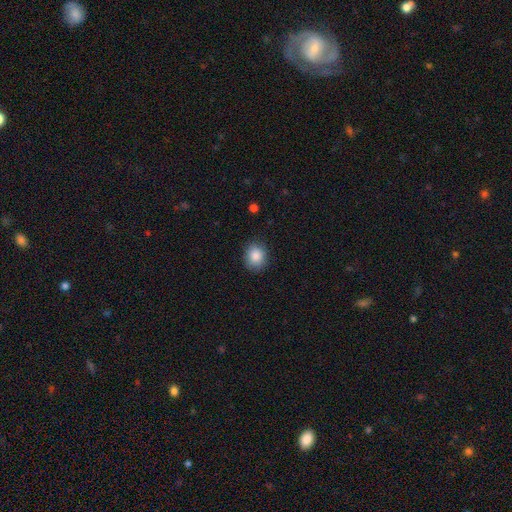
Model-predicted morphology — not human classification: smooth 87%, star or artifact 8%, featured or disk 5%. Down the decision tree: how rounded — round (64%); merging — none (84%).